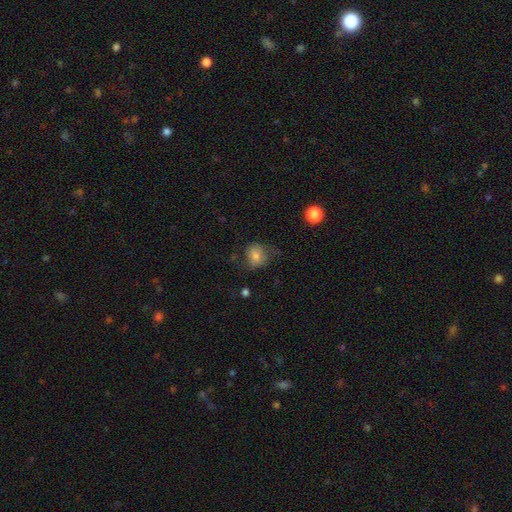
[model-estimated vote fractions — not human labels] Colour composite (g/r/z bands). It shows a smooth galaxy with no disk features (73%) that is round (69%). Merging: none (53%).